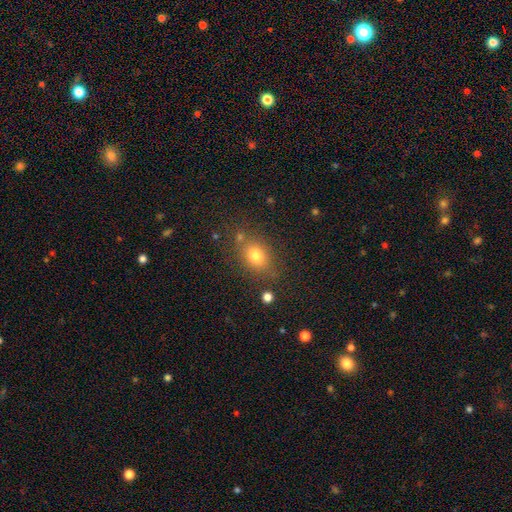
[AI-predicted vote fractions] Morphology: type=smooth (76%); roundness=in between (64%); merging=none (75%).